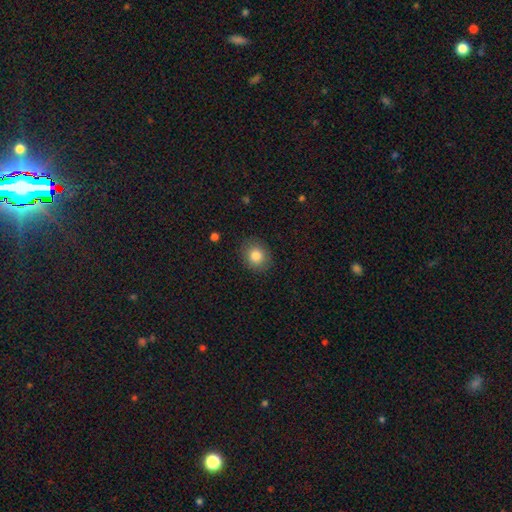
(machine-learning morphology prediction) This appears to be a smooth galaxy with no disk features (83%) that is round (72%). Merging: none (87%).